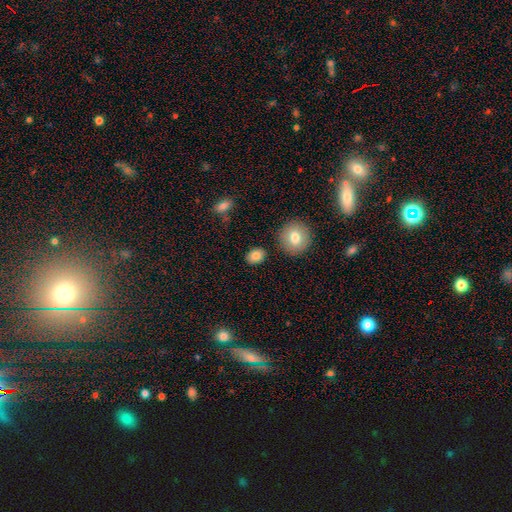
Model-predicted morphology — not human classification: The model was most divided on "how rounded": in between: 57%, round: 42%, cigar-shaped: 1%. More confident: merging — none (85%); smooth or featured — smooth (85%).